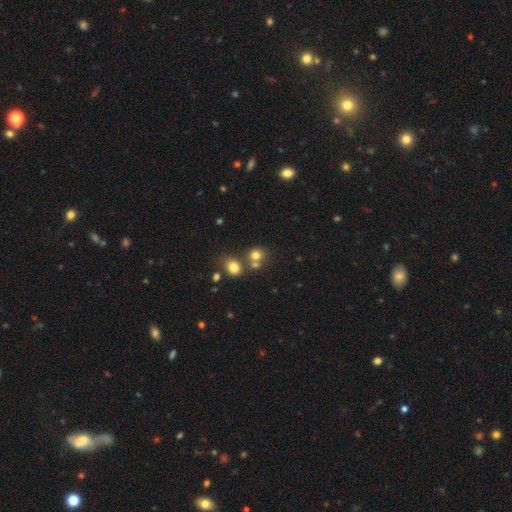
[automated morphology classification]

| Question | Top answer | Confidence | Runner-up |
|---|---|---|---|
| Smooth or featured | smooth | 74% | star or artifact (15%) |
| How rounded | round | 77% | in between (22%) |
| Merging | none | 51% | merger (37%) |